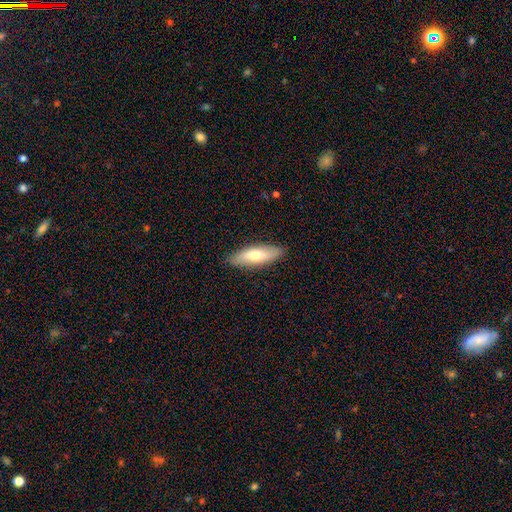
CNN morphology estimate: smooth 64%, featured or disk 30%, star or artifact 6%. Down the decision tree: how rounded — in between (53%); merging — none (89%).